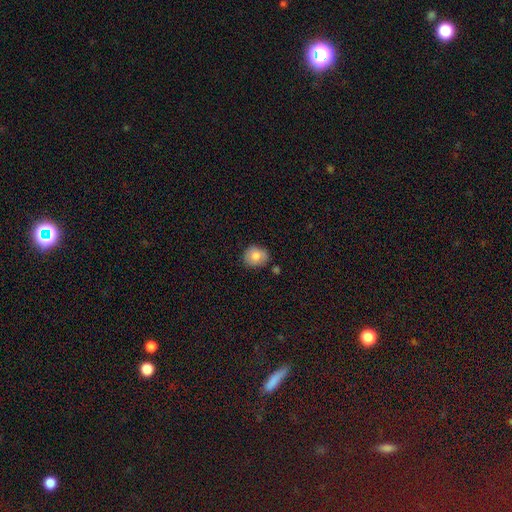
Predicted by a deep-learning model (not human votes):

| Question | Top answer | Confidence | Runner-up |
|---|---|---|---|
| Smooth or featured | smooth | 79% | featured or disk (13%) |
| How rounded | round | 69% | in between (30%) |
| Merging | none | 79% | minor disturbance (15%) |